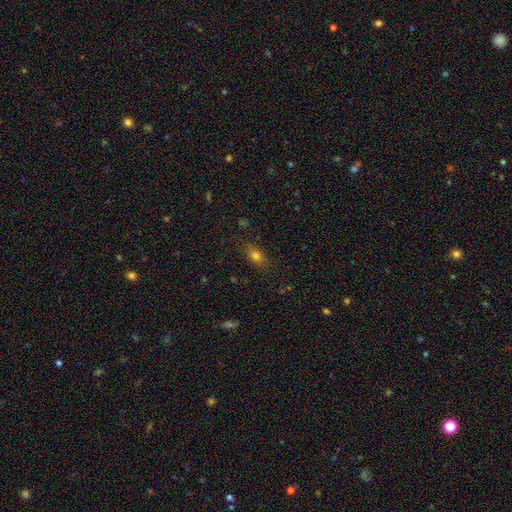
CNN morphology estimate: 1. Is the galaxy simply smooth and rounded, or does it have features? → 73% smooth, 15% star or artifact, 12% featured or disk.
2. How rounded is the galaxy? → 72% in between, 18% round, 10% cigar-shaped.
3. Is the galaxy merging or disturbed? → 79% none, 15% minor disturbance, 4% major disturbance, 2% merger.